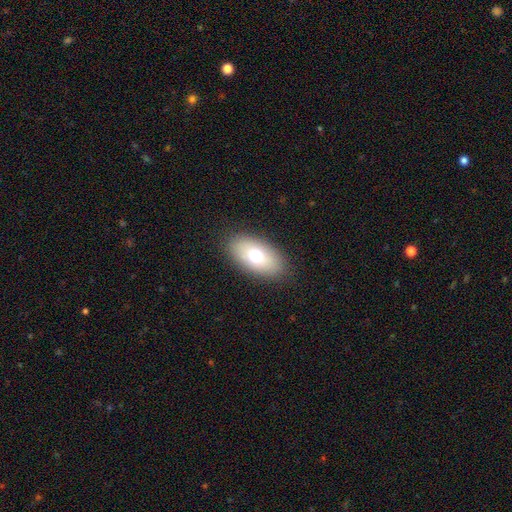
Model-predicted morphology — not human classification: The model was most divided on "smooth or featured": smooth: 70%, featured or disk: 21%, star or artifact: 10%. More confident: how rounded — in between (91%); merging — none (86%).